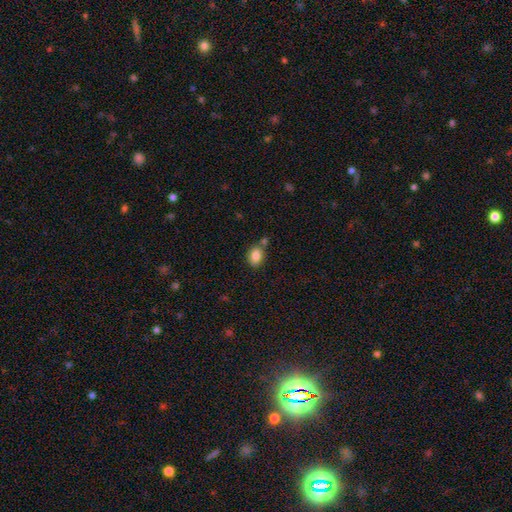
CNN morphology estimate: smooth_or_featured: smooth (p=0.85) [alt: star or artifact p=0.09]
how_rounded: in between (p=0.77) [alt: round p=0.22]
merging: none (p=0.63) [alt: merger p=0.19]